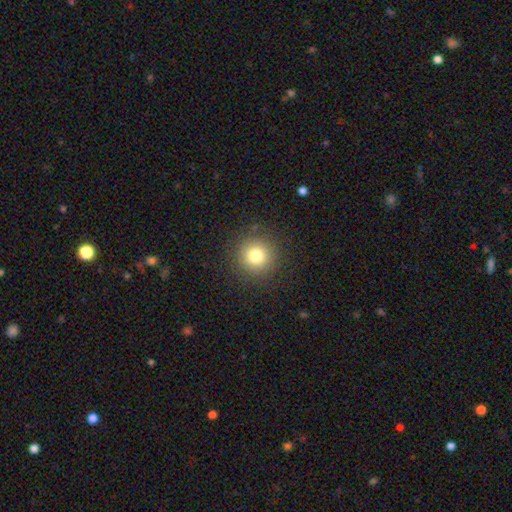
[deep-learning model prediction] Smooth or featured: smooth — 79% (star or artifact — 13%)
How rounded: round — 95% (in between — 4%)
Merging: none — 90% (minor disturbance — 6%)